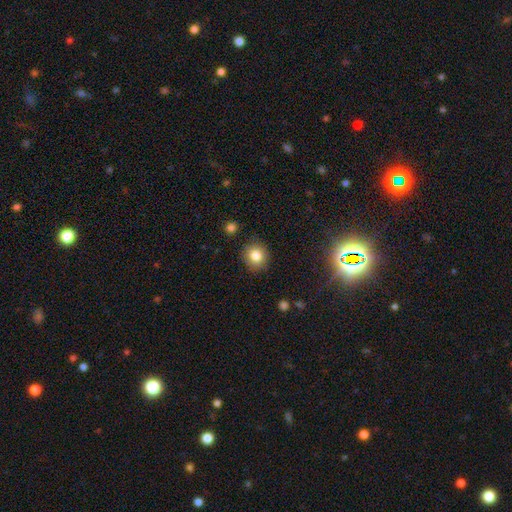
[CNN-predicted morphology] The model was most divided on "smooth or featured": smooth: 82%, star or artifact: 11%, featured or disk: 7%. More confident: merging — none (88%); how rounded — round (85%).